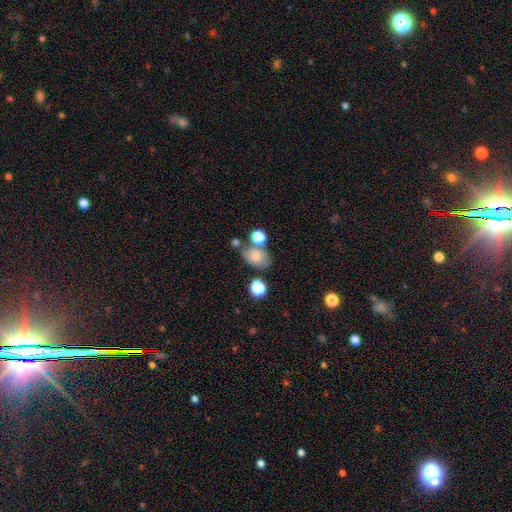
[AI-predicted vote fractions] A smooth galaxy with no disk features (73%) that is in between round and cigar-shaped (78%). Merging: none (56%).